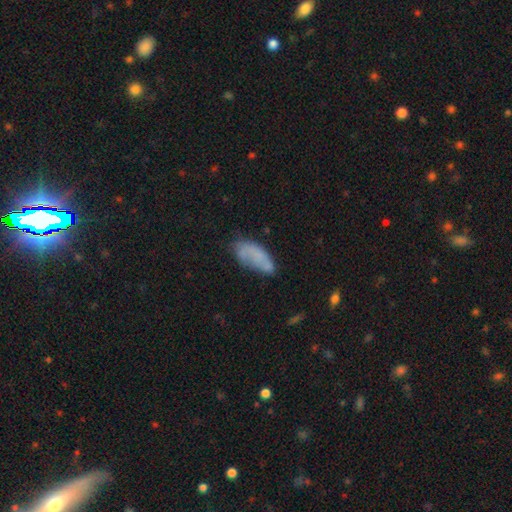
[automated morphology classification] type=smooth (65%); roundness=in between (84%); merging=none (46%).